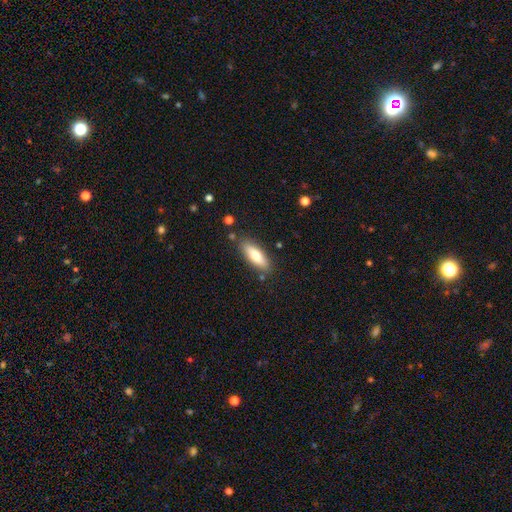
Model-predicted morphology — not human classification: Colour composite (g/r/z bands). It shows a smooth galaxy with no disk features (73%) that is in between round and cigar-shaped (63%). Merging: none (82%).